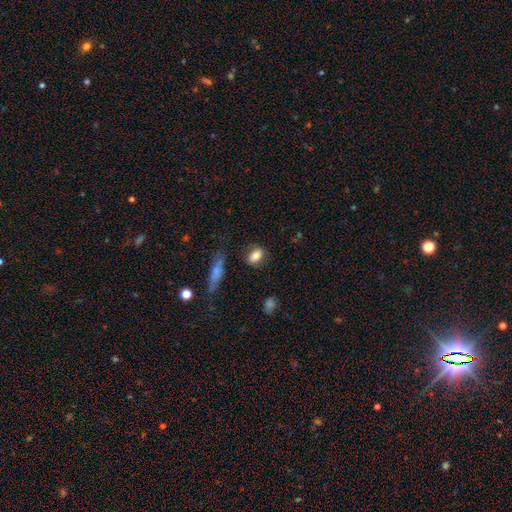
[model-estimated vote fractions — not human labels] A smooth galaxy with no disk features (83%) that is in between round and cigar-shaped (78%).

Vote fractions:
- Smooth or featured? smooth: 83% / featured or disk: 9% / star or artifact: 8%
- How rounded? in between: 78% / round: 18% / cigar-shaped: 4%
- Merging? none: 80% / minor disturbance: 13% / major disturbance: 4% / merger: 3%